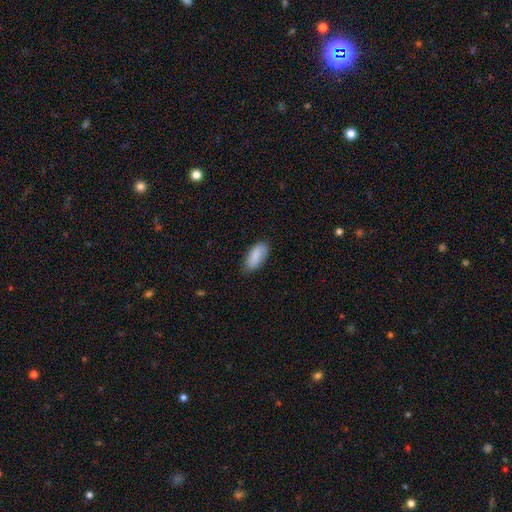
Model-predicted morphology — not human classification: type=smooth (87%); roundness=in between (89%); merging=none (76%).